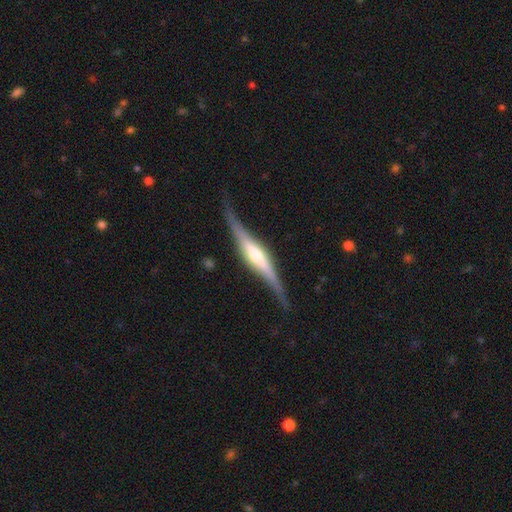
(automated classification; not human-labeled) This is clearly a featured or disk galaxy (82%). It is clearly viewed edge-on (94%). Edge-on bulge: likely rounded (71%). Merging: likely none (77%).